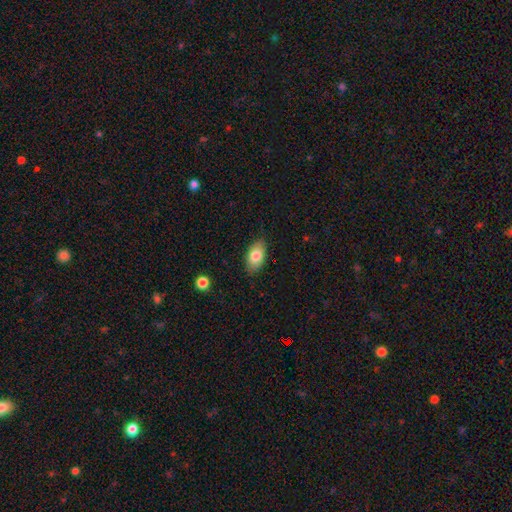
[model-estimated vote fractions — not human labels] A smooth galaxy with no disk features (80%) that is in between round and cigar-shaped (92%). Merging: none (85%).